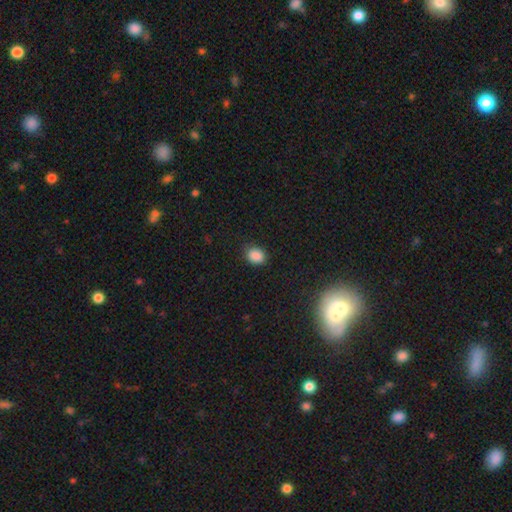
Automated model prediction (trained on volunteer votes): Smooth or featured? Predicted: smooth (p=0.87). How rounded? Predicted: in between (p=0.51). Merging? Predicted: none (p=0.83).